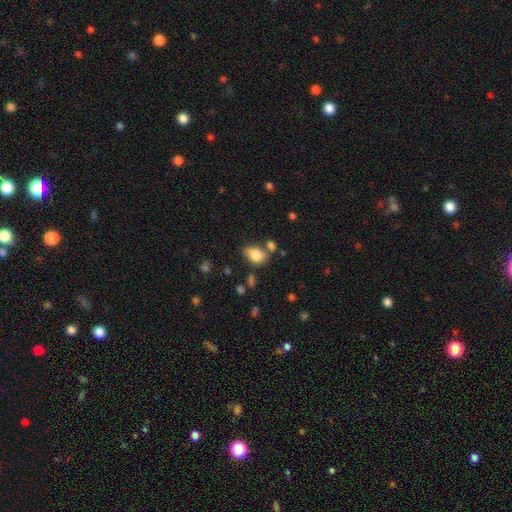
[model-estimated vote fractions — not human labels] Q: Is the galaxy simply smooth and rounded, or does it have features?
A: smooth — 82%.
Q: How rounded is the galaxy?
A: in between — 72%.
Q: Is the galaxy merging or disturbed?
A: none — 49%.